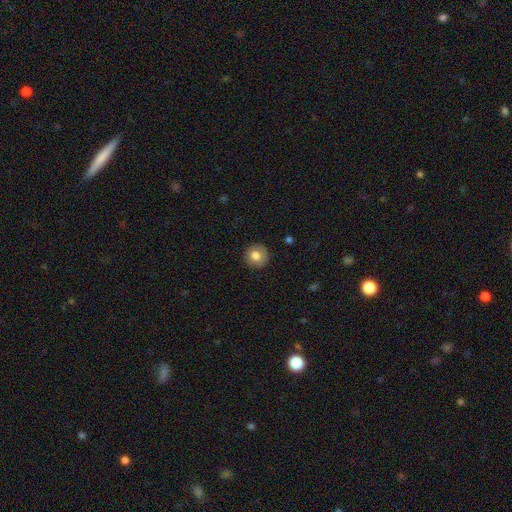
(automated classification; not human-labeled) smooth_or_featured: smooth (p=0.80) [alt: featured or disk p=0.12]
how_rounded: round (p=0.92) [alt: in between p=0.07]
merging: none (p=0.89) [alt: minor disturbance p=0.08]